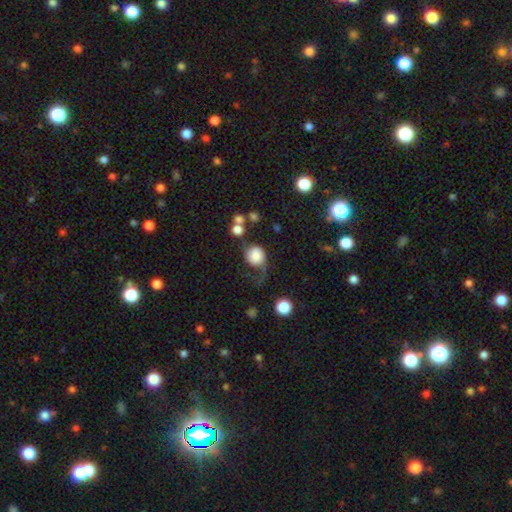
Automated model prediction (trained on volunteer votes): Q: Smooth or featured?
A: smooth (67%); runner-up: featured or disk (24%)
Q: How rounded?
A: round (74%); runner-up: in between (25%)
Q: Merging?
A: major disturbance (38%); runner-up: none (31%)